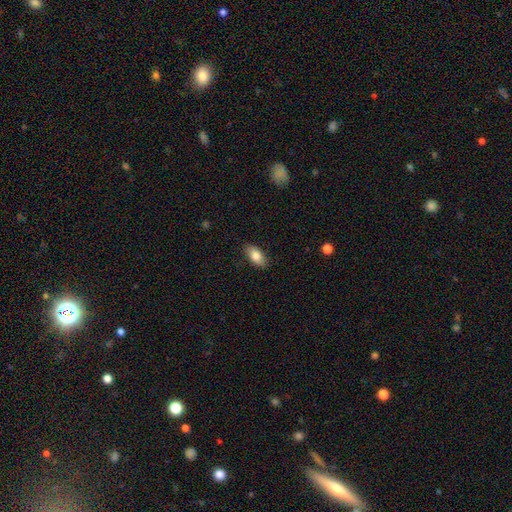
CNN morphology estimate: Smooth or featured? smooth (82%)
How rounded? in between (90%)
Merging? none (86%)